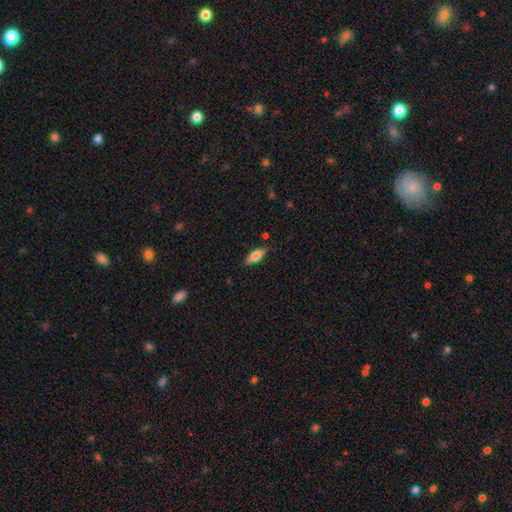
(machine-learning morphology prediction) A smooth galaxy with no disk features (67%) that is in between round and cigar-shaped (62%). Merging: none (78%).